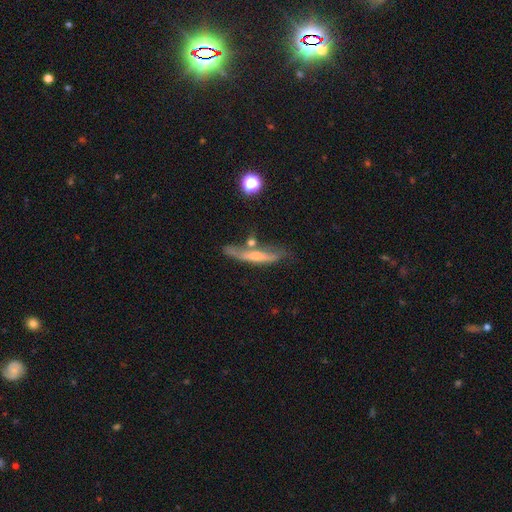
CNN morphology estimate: Smooth or featured?
  - featured or disk: 49% *
  - smooth: 42%
  - star or artifact: 9%
Merging?
  - none: 48% *
  - minor disturbance: 25%
  - merger: 15%
  - major disturbance: 13%